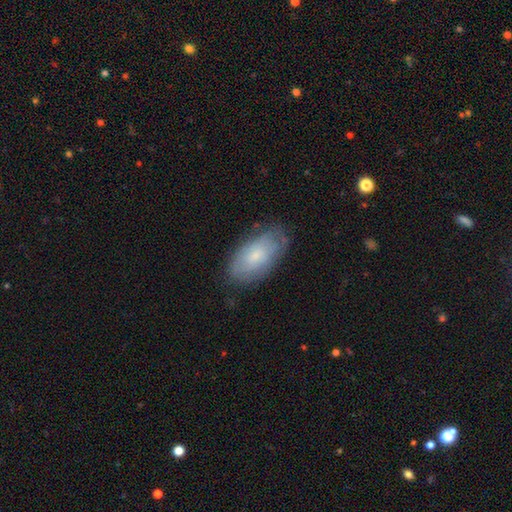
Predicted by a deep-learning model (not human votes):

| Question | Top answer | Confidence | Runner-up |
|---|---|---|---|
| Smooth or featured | smooth | 59% | featured or disk (33%) |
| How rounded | in between | 93% | round (4%) |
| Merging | none | 73% | minor disturbance (20%) |